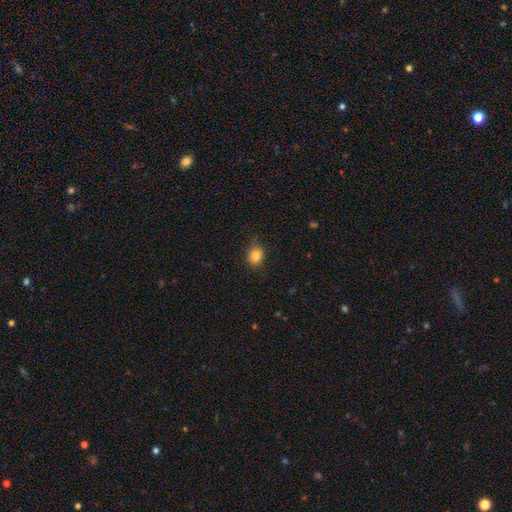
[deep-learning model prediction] Smooth or featured? smooth (84%)
How rounded? round (56%)
Merging? none (79%)